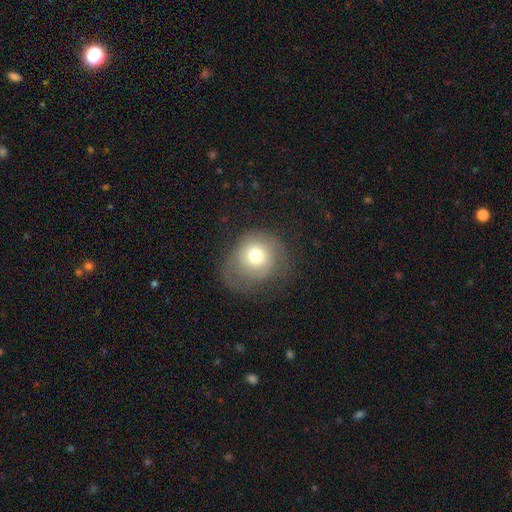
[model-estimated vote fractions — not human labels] Smooth or featured?
  - smooth: 66% *
  - featured or disk: 24%
  - star or artifact: 10%
How rounded?
  - round: 75% *
  - in between: 25%
  - cigar-shaped: 1%
Merging?
  - none: 48% *
  - minor disturbance: 28%
  - major disturbance: 22%
  - merger: 1%